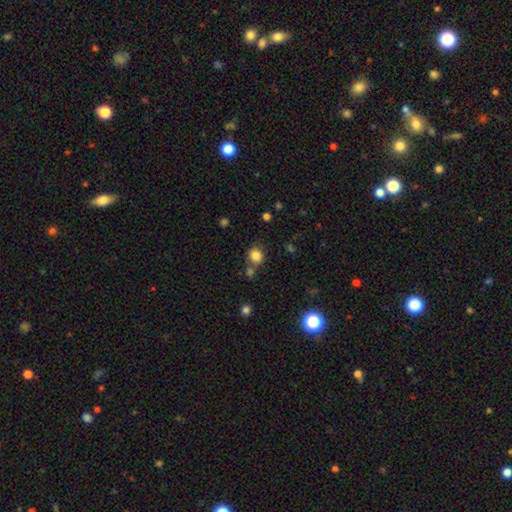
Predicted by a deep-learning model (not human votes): This is clearly a smooth galaxy (82%). How rounded: clearly round (82%). Merging: likely none (70%).